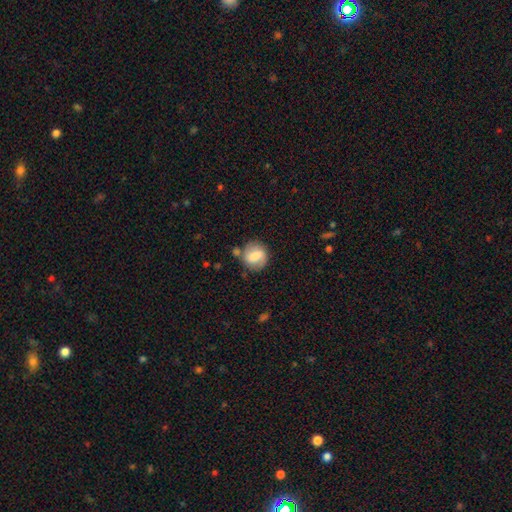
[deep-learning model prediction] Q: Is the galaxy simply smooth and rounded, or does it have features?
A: smooth — 55%.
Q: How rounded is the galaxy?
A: round — 79%.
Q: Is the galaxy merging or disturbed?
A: none — 71%.